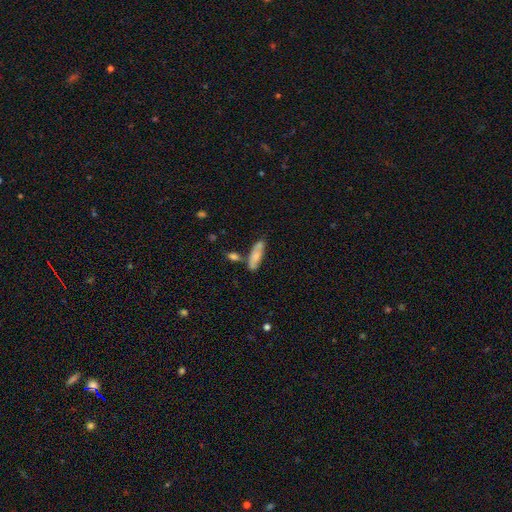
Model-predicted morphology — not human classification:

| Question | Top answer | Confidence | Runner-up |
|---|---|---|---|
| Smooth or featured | smooth | 71% | featured or disk (22%) |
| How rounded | in between | 51% | cigar-shaped (47%) |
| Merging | none | 58% | minor disturbance (20%) |